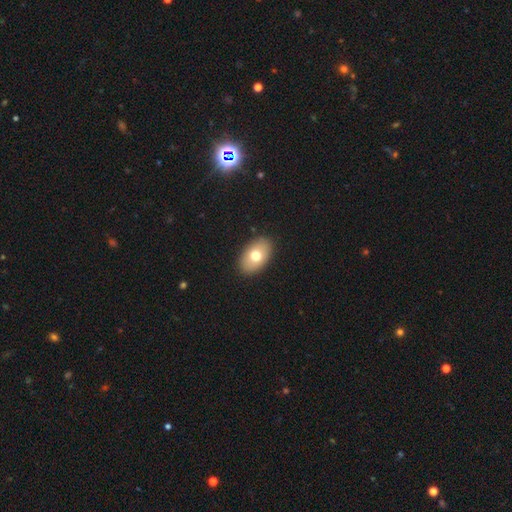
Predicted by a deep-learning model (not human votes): Overall: smooth (70%). How rounded: in between (91%). Merging: none (89%).